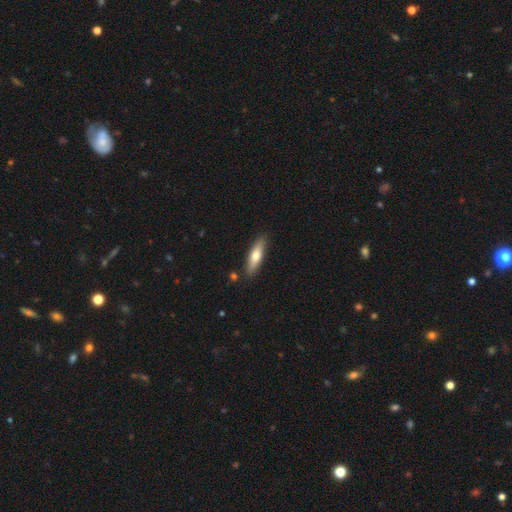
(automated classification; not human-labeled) This is likely a smooth galaxy (63%). How rounded: likely cigar-shaped (68%). Merging: clearly none (86%).